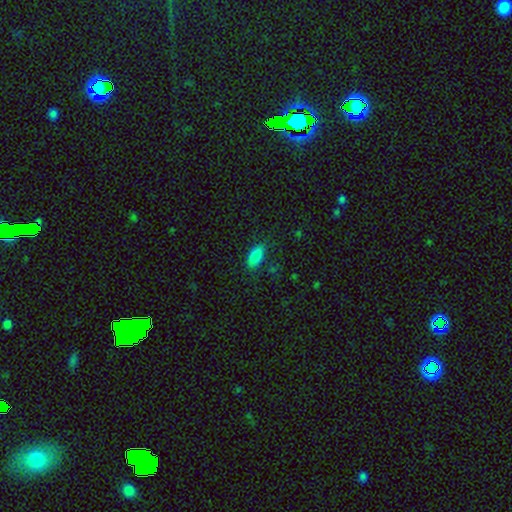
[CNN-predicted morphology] smooth-or-featured: smooth: 85% | star or artifact: 9% | featured or disk: 6%
  how-rounded: in between: 87% | cigar-shaped: 10% | round: 3%
  merging: none: 81% | minor disturbance: 14% | major disturbance: 4% | merger: 2%